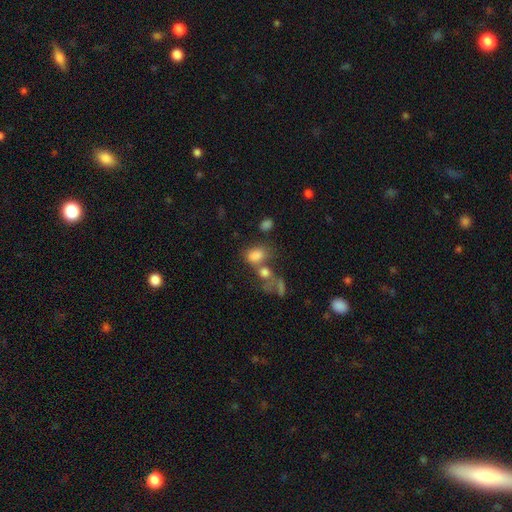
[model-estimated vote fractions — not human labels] A smooth galaxy with no disk features (77%) that is in between round and cigar-shaped (79%). Merging: merger (43%).